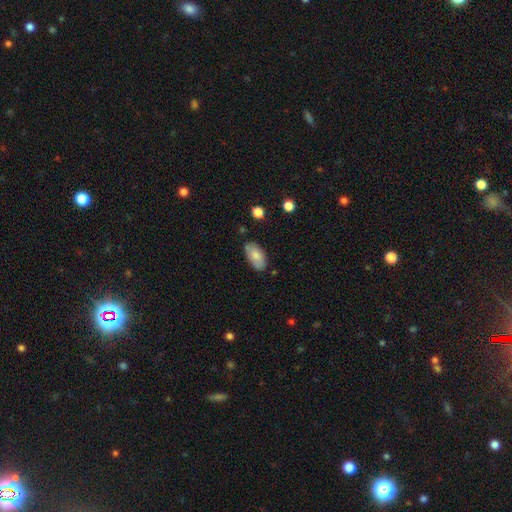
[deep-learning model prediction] A smooth galaxy with no disk features (79%) that is in between round and cigar-shaped (94%). Merging: none (77%).